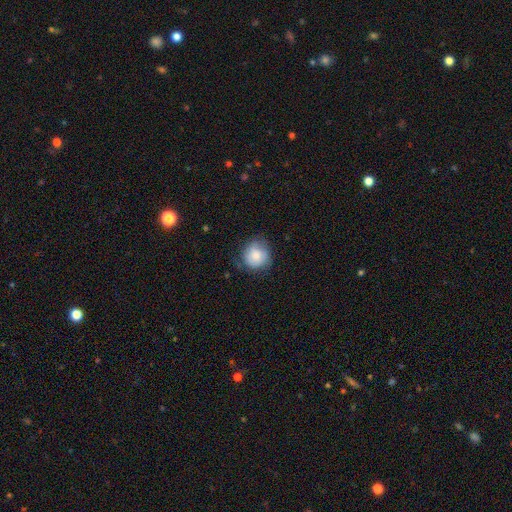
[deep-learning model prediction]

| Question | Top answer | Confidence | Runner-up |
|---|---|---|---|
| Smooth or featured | smooth | 78% | featured or disk (14%) |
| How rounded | round | 88% | in between (11%) |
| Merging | none | 66% | minor disturbance (25%) |